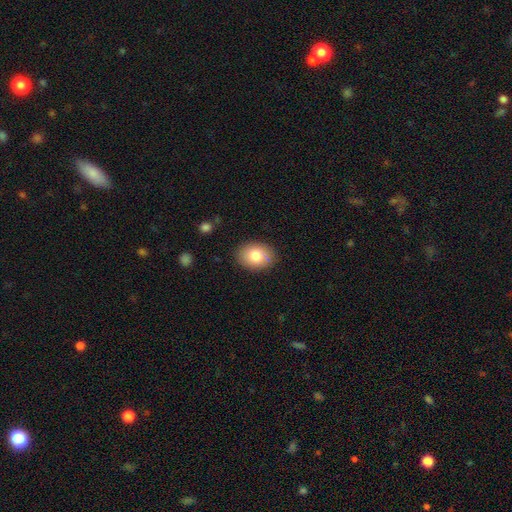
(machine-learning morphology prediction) smooth-or-featured: smooth: 80% | featured or disk: 12% | star or artifact: 8%
  how-rounded: in between: 63% | round: 36% | cigar-shaped: 1%
  merging: none: 85% | minor disturbance: 11% | major disturbance: 3% | merger: 1%